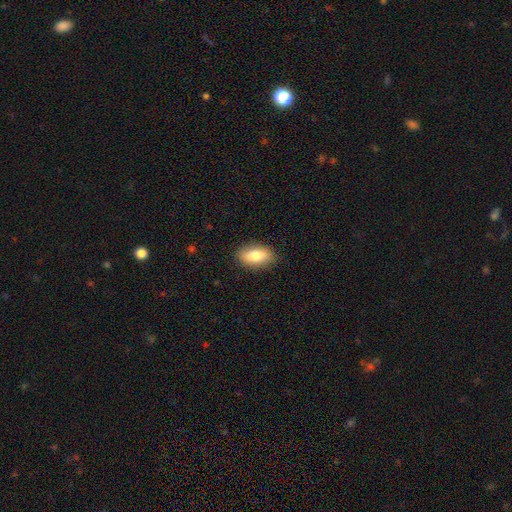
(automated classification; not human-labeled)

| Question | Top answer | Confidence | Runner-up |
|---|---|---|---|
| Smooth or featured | smooth | 77% | featured or disk (16%) |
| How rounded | in between | 87% | cigar-shaped (7%) |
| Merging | none | 87% | minor disturbance (10%) |